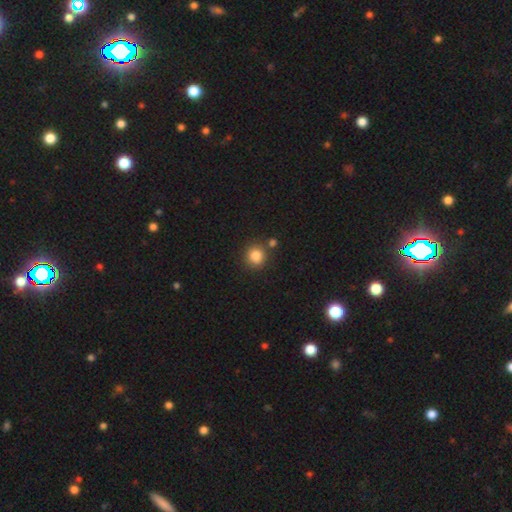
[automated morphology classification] smooth 84%, star or artifact 11%, featured or disk 5%. Down the decision tree: how rounded — round (89%); merging — none (78%).